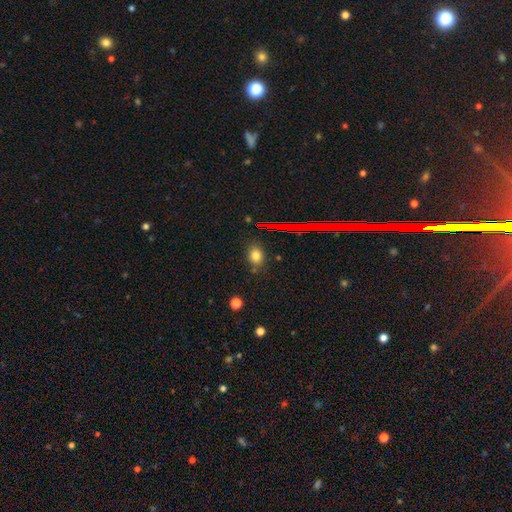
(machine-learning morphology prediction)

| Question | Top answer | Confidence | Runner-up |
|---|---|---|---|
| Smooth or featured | smooth | 77% | star or artifact (16%) |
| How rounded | in between | 57% | round (41%) |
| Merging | none | 78% | minor disturbance (14%) |